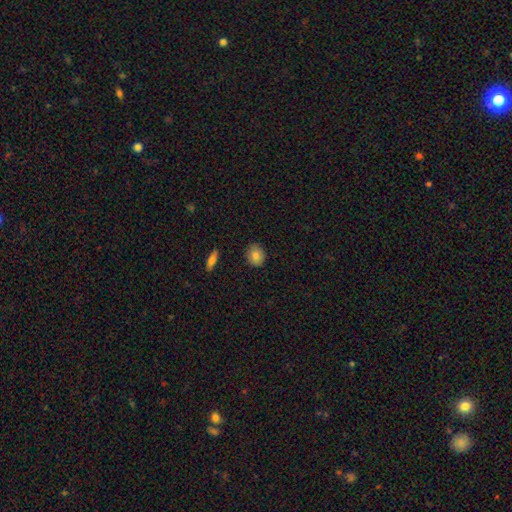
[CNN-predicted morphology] The model was most divided on "how rounded": round: 62%, in between: 37%, cigar-shaped: 1%. More confident: merging — none (86%); smooth or featured — smooth (80%).